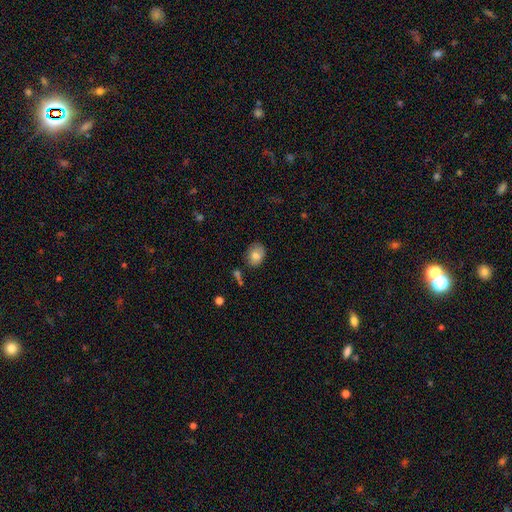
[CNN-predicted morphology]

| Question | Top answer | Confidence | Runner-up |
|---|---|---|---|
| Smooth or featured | smooth | 79% | featured or disk (12%) |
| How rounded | in between | 62% | round (37%) |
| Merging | none | 74% | minor disturbance (18%) |